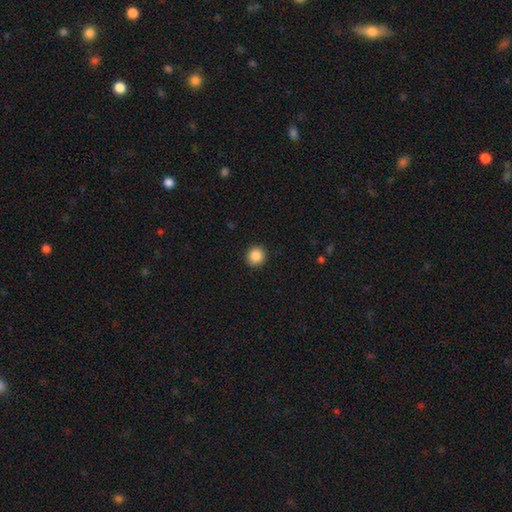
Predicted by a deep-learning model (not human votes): This is clearly a smooth galaxy (88%). How rounded: clearly round (93%). Merging: clearly none (92%).